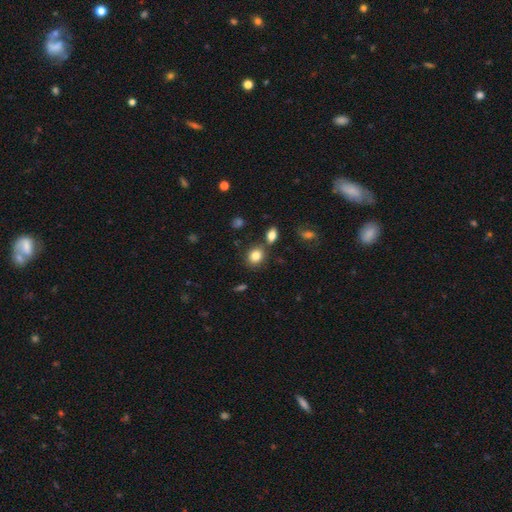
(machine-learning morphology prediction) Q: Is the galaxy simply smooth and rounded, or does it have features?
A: smooth — 82%.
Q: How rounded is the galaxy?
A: round — 64%.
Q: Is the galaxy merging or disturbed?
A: none — 78%.